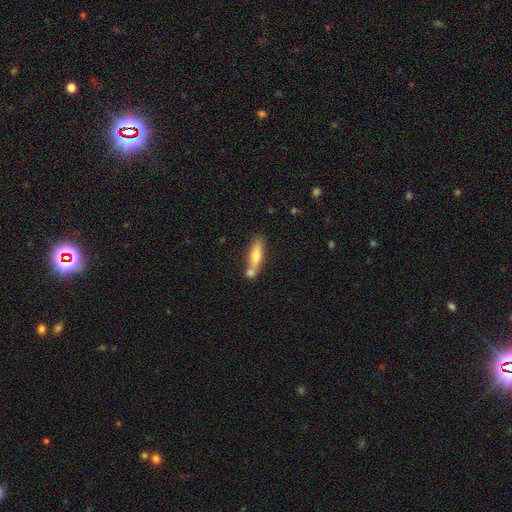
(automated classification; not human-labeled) smooth-or-featured: smooth: 63% | featured or disk: 30% | star or artifact: 7%
  how-rounded: cigar-shaped: 64% | in between: 34% | round: 2%
  merging: none: 53% | merger: 29% | minor disturbance: 14% | major disturbance: 4%